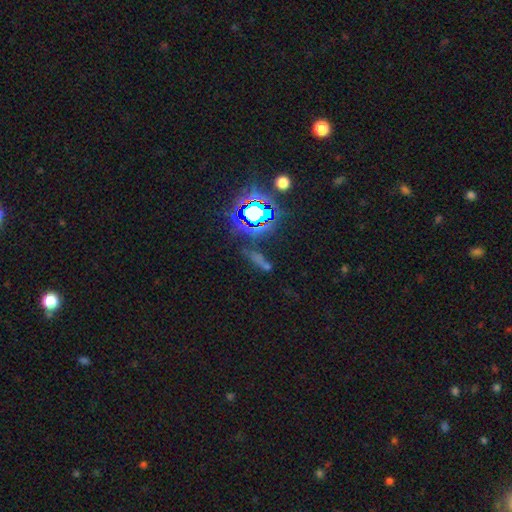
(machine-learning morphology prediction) This is possibly a star or artifact rather than a galaxy (58%).